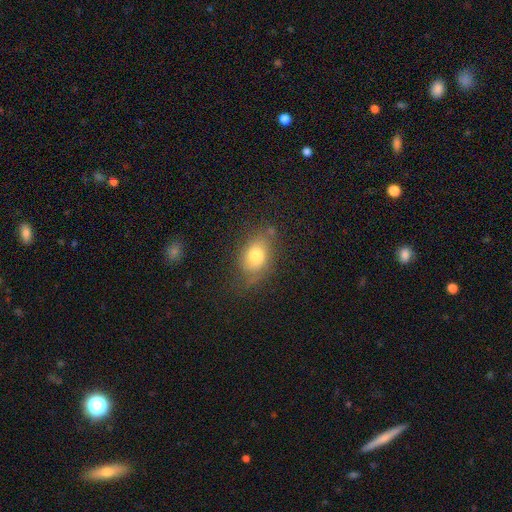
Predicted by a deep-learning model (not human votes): Smooth or featured? Predicted: smooth (p=0.70). How rounded? Predicted: in between (p=0.80). Merging? Predicted: none (p=0.64).